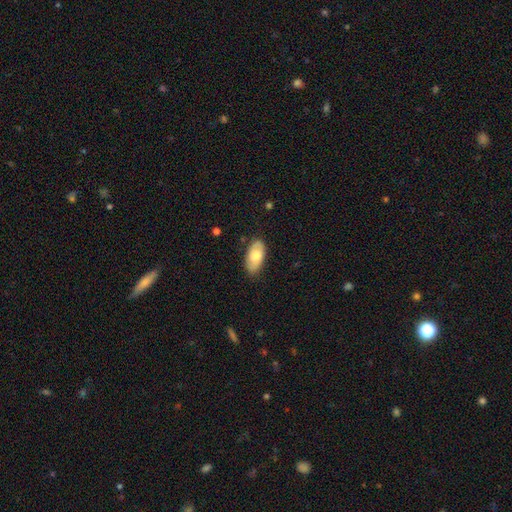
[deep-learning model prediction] Morphology: type=smooth (66%); roundness=in between (93%); merging=none (81%).